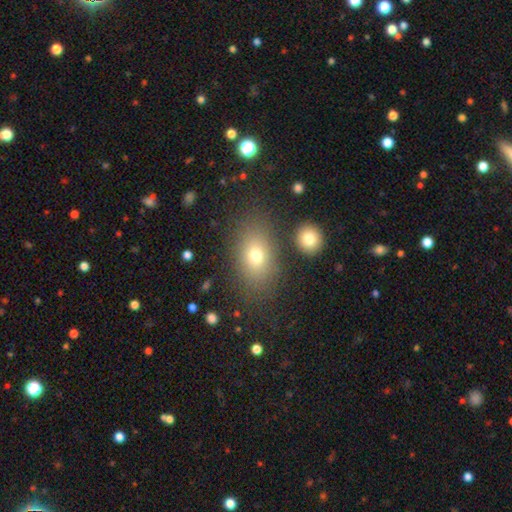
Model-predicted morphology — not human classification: This appears to be a smooth galaxy with no disk features (71%) that is in between round and cigar-shaped (77%). Merging: none (78%).